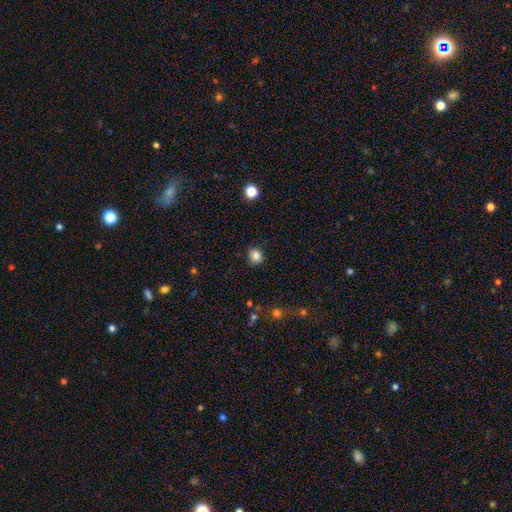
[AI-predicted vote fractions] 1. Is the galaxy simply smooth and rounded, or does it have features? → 84% smooth, 11% star or artifact, 4% featured or disk.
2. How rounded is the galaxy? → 82% round, 17% in between, 1% cigar-shaped.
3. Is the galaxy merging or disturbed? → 87% none, 9% minor disturbance, 2% major disturbance, 1% merger.